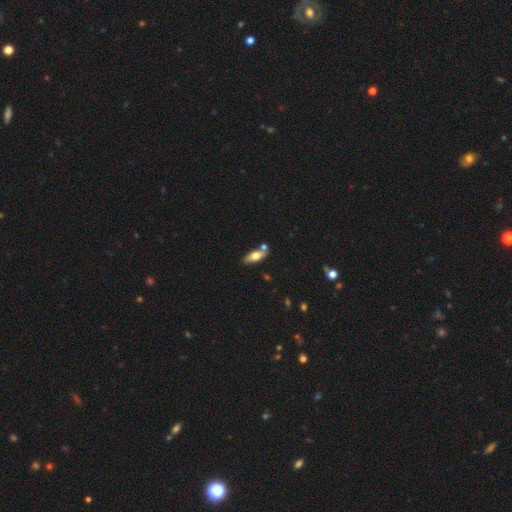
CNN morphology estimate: Smooth or featured? Predicted: smooth (p=0.61). How rounded? Predicted: in between (p=0.67). Merging? Predicted: none (p=0.67).